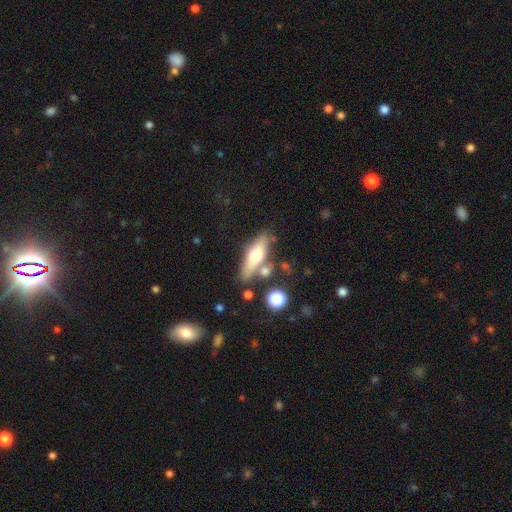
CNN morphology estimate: Smooth or featured? Predicted: smooth (p=0.54). How rounded? Predicted: cigar-shaped (p=0.51). Merging? Predicted: none (p=0.68).